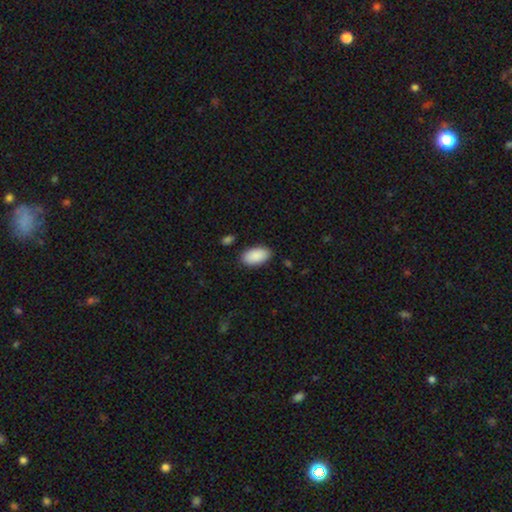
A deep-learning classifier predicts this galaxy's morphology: A smooth galaxy with no disk features (90%) that is in between round and cigar-shaped (96%).

Vote fractions:
- Smooth or featured? smooth: 90% / star or artifact: 6% / featured or disk: 4%
- How rounded? in between: 96% / round: 2% / cigar-shaped: 2%
- Merging? none: 87% / minor disturbance: 9% / major disturbance: 2% / merger: 2%